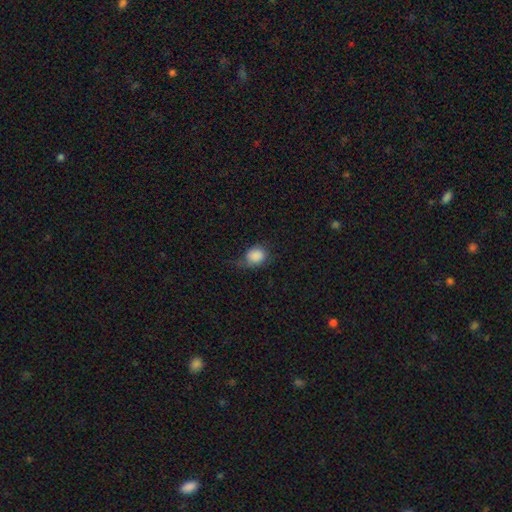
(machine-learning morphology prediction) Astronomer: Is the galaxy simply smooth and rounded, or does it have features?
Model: smooth — 85%.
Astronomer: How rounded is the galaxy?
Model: round — 54% (runner-up: in between, 45%).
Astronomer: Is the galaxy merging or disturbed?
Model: none — 49% (runner-up: minor disturbance, 34%).